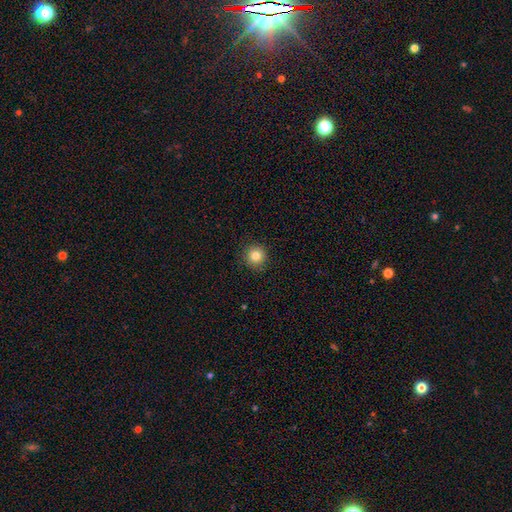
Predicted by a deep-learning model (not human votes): This is clearly a smooth galaxy (82%). How rounded: clearly round (94%). Merging: clearly none (91%).